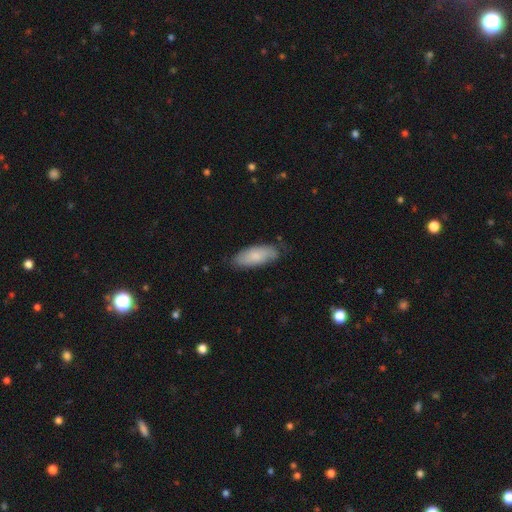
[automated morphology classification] type=smooth (77%); roundness=in between (78%); merging=none (71%).